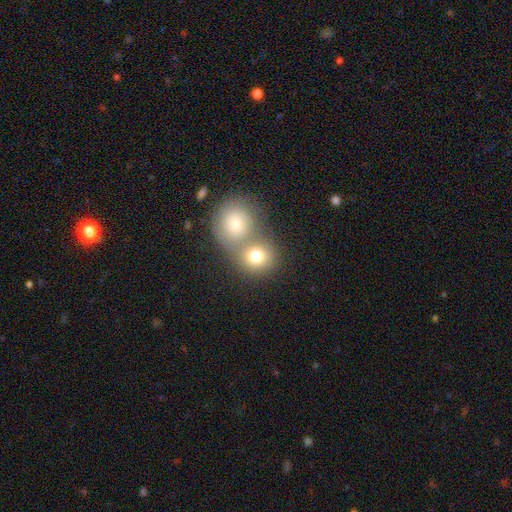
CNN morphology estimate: A smooth galaxy with no disk features (77%) that is round (82%). Merging: merger (51%).